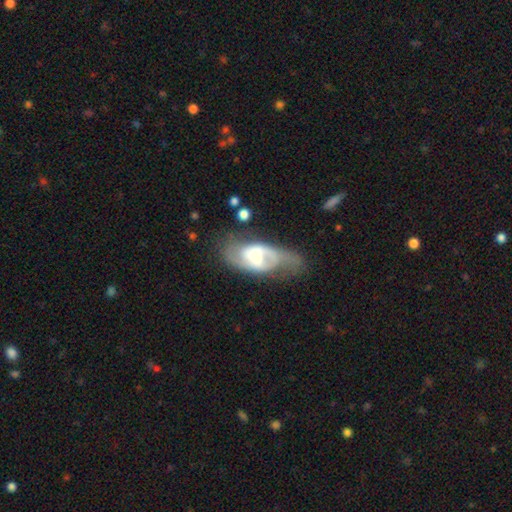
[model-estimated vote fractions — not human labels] smooth_or_featured: featured or disk (p=0.73) [alt: smooth p=0.21]
disk_edge_on: no (p=0.95) [alt: yes p=0.05]
bar: weak (p=0.47) [alt: no p=0.32]
has_spiral_arms: yes (p=0.86) [alt: no p=0.14]
spiral_winding: medium (p=0.48) [alt: loose p=0.29]
spiral_arm_count: 2 (p=0.67) [alt: 1 p=0.16]
bulge_size: moderate (p=0.41) [alt: small p=0.27]
merging: none (p=0.38) [alt: major disturbance p=0.31]